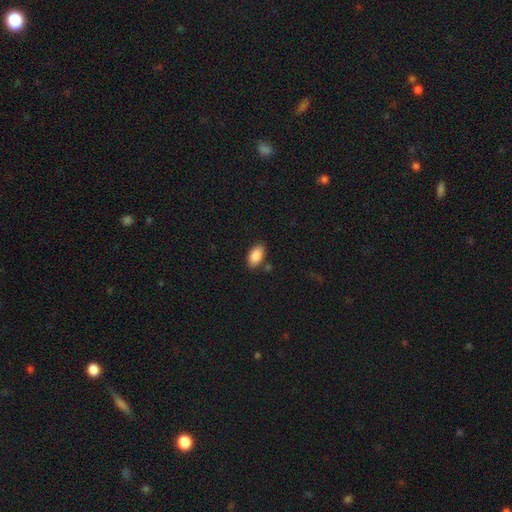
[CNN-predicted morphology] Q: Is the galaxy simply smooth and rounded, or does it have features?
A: smooth — 89%.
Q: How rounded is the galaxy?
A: in between — 94%.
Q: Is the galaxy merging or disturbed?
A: none — 83%.